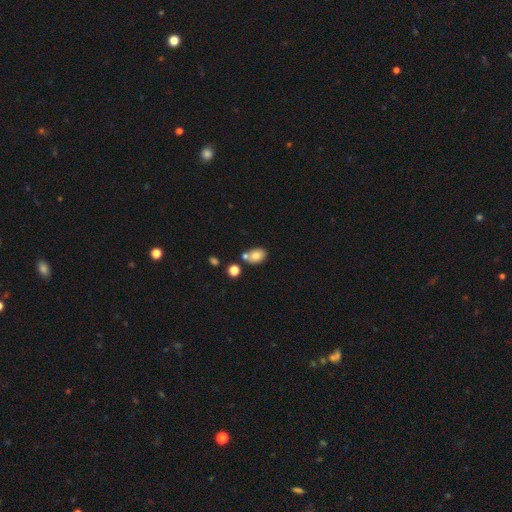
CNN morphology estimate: smooth_or_featured: smooth (p=0.77) [alt: featured or disk p=0.12]
how_rounded: in between (p=0.70) [alt: round p=0.29]
merging: none (p=0.58) [alt: merger p=0.24]